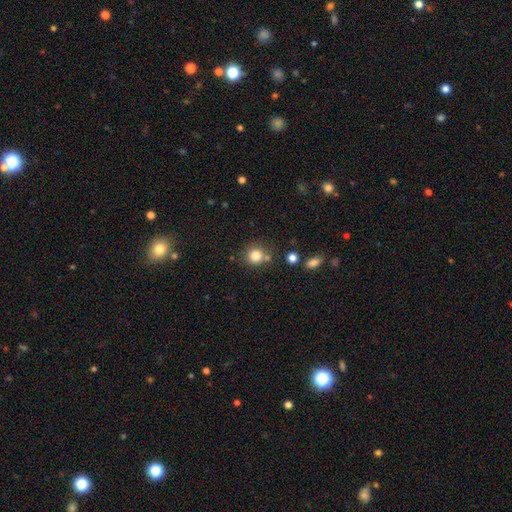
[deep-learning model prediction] Overall: smooth (81%). How rounded: round (88%). Merging: none (71%).